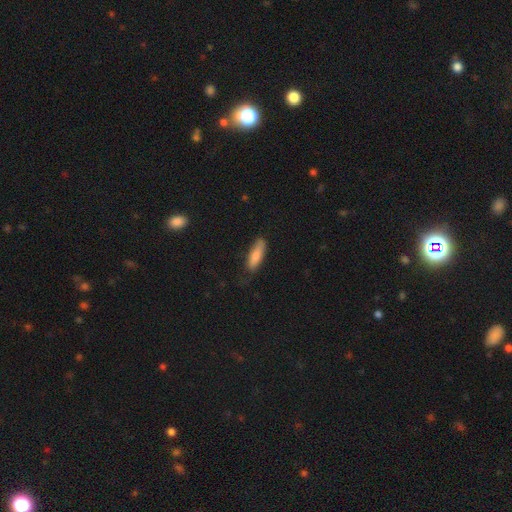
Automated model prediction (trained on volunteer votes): Q: Smooth or featured?
A: smooth (83%); runner-up: featured or disk (11%)
Q: How rounded?
A: cigar-shaped (55%); runner-up: in between (43%)
Q: Merging?
A: none (71%); runner-up: minor disturbance (23%)